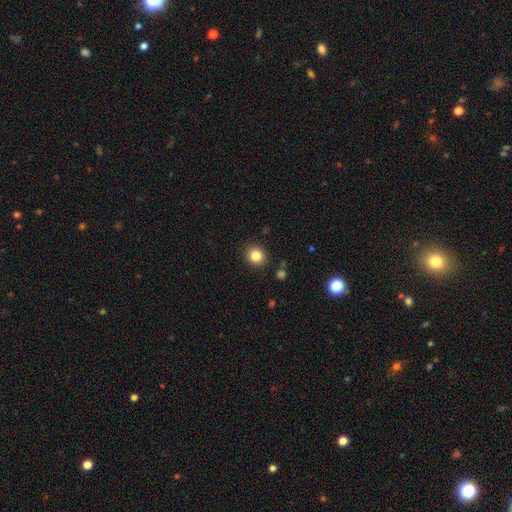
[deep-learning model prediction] Overall: smooth (83%). How rounded: round (85%). Merging: none (90%).